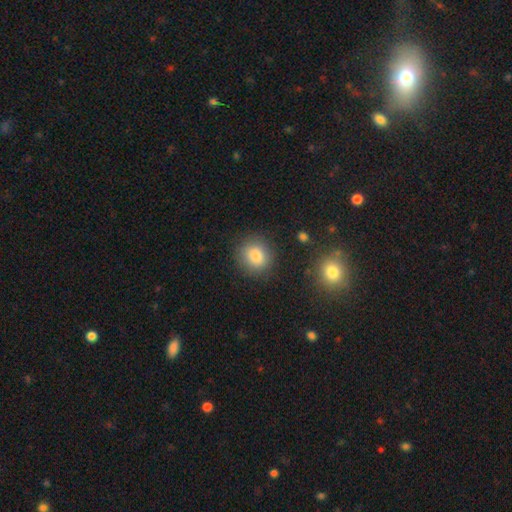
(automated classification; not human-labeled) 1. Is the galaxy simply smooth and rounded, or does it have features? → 84% smooth, 10% star or artifact, 7% featured or disk.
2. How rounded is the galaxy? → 86% round, 13% in between, 1% cigar-shaped.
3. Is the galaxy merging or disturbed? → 86% none, 9% minor disturbance, 3% major disturbance, 2% merger.